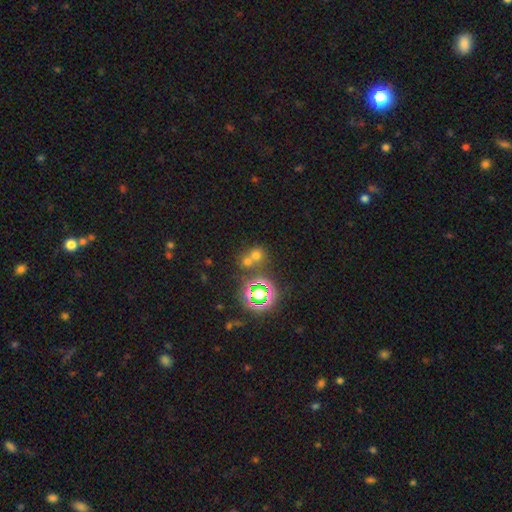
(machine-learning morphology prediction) This is possibly a smooth galaxy (58%). How rounded: clearly round (81%). Merging: possibly none (46%).